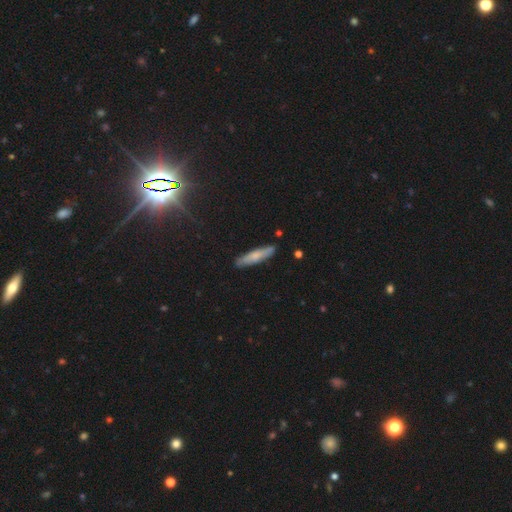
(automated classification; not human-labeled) smooth_or_featured: smooth (p=0.66) [alt: featured or disk p=0.27]
how_rounded: cigar-shaped (p=0.86) [alt: in between p=0.13]
merging: none (p=0.86) [alt: minor disturbance p=0.11]